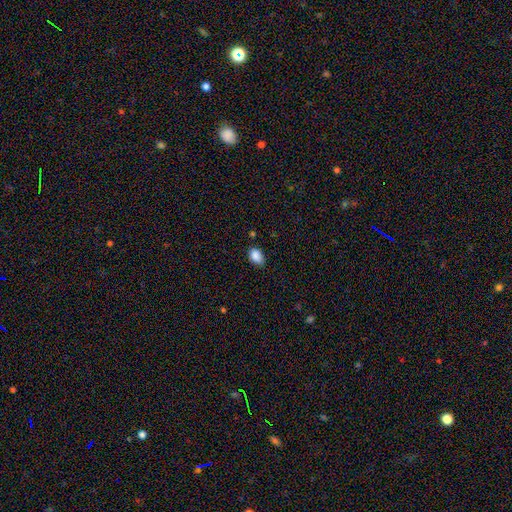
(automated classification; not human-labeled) A smooth galaxy with no disk features (88%) that is in between round and cigar-shaped (86%).

Vote fractions:
- Smooth or featured? smooth: 88% / star or artifact: 8% / featured or disk: 4%
- How rounded? in between: 86% / round: 12% / cigar-shaped: 1%
- Merging? none: 79% / minor disturbance: 17% / major disturbance: 3% / merger: 2%